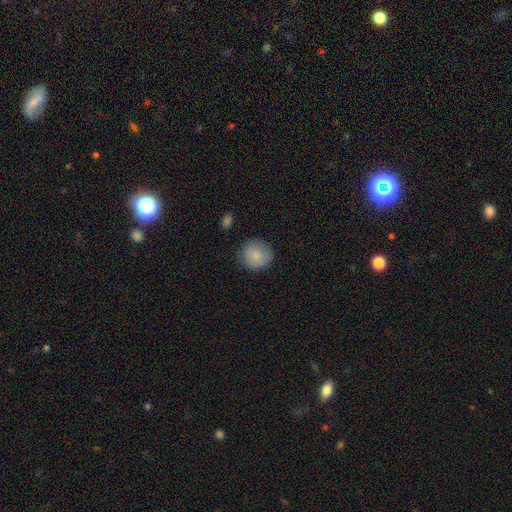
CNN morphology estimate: Overall: smooth (86%). How rounded: round (89%). Merging: none (81%).